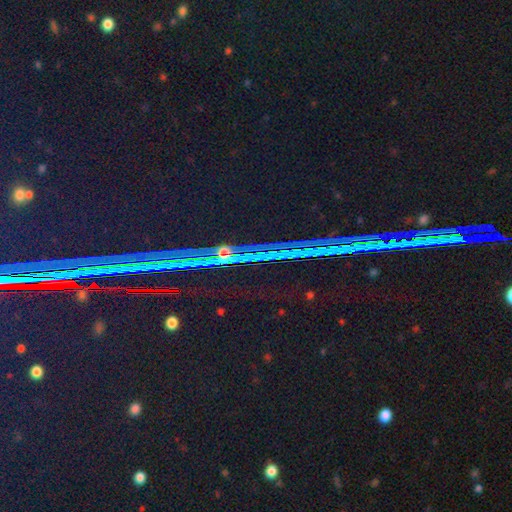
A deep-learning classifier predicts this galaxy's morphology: Overall: star or artifact (88%).